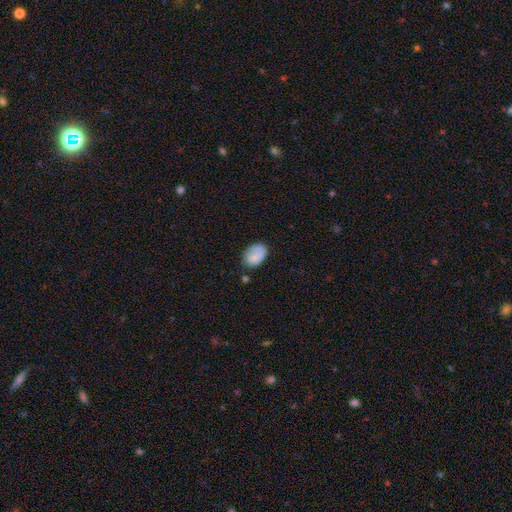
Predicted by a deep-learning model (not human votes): Smooth or featured? Predicted: smooth (p=0.78). How rounded? Predicted: in between (p=0.77). Merging? Predicted: none (p=0.62).